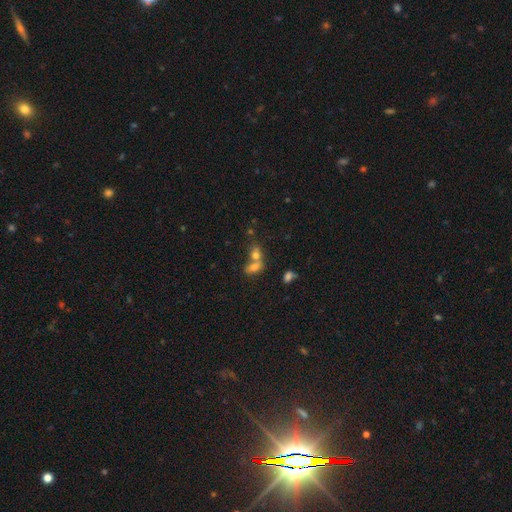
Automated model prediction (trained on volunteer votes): Smooth or featured?
  - smooth: 59% *
  - star or artifact: 22%
  - featured or disk: 19%
How rounded?
  - in between: 58% *
  - round: 37%
  - cigar-shaped: 5%
Merging?
  - merger: 62% *
  - none: 27%
  - minor disturbance: 7%
  - major disturbance: 5%